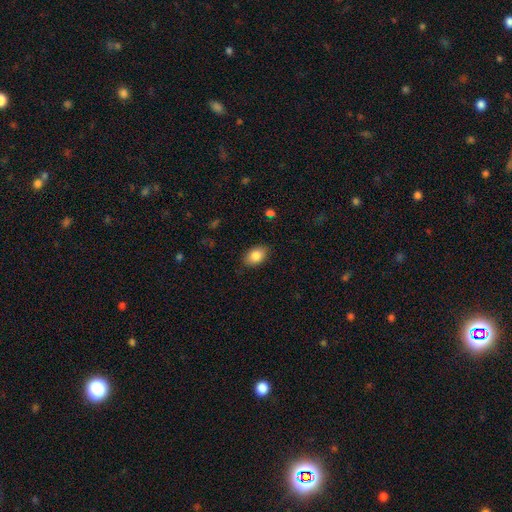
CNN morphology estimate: The model was most divided on "how rounded": in between: 87%, round: 12%, cigar-shaped: 1%. More confident: smooth or featured — smooth (86%); merging — none (86%).